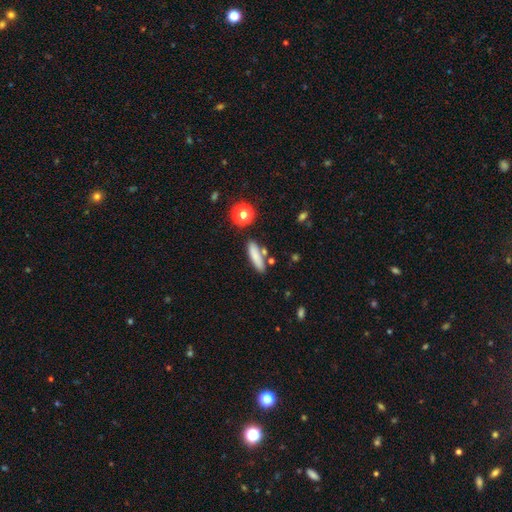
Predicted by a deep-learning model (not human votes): Smooth or featured: smooth — 80% (featured or disk — 11%)
How rounded: cigar-shaped — 68% (in between — 28%)
Merging: none — 77% (minor disturbance — 12%)